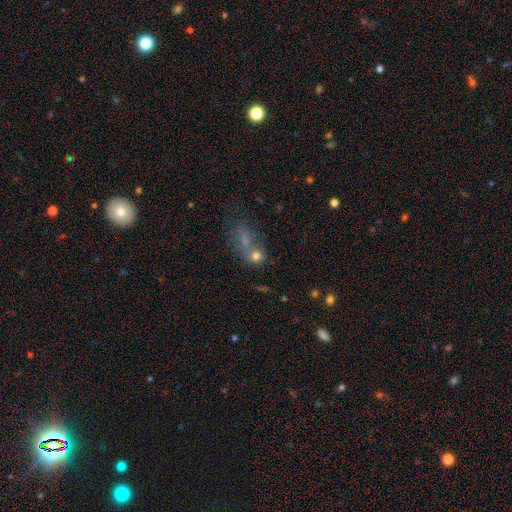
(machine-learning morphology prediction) Q: Smooth or featured?
A: smooth (67%); runner-up: star or artifact (19%)
Q: How rounded?
A: round (58%); runner-up: in between (38%)
Q: Merging?
A: none (44%); runner-up: merger (32%)